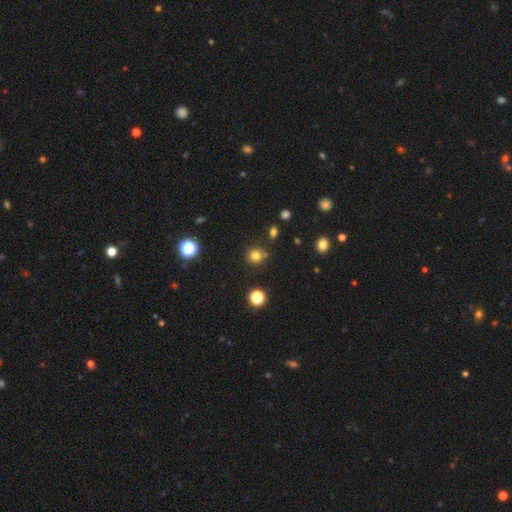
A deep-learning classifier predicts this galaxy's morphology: Q: Smooth or featured?
A: smooth (77%); runner-up: star or artifact (17%)
Q: How rounded?
A: round (92%); runner-up: in between (7%)
Q: Merging?
A: none (79%); runner-up: merger (9%)